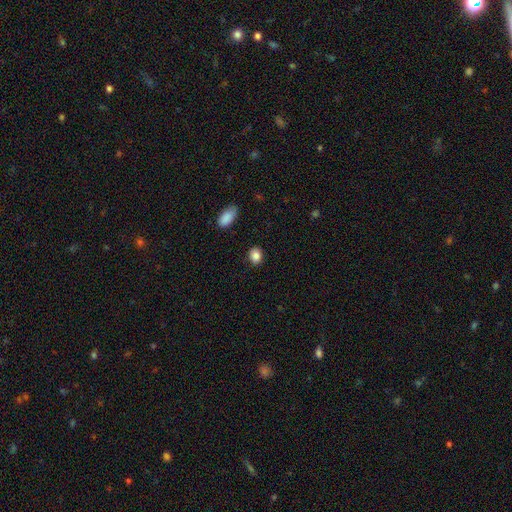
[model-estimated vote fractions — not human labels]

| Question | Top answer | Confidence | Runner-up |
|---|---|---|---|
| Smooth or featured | smooth | 86% | star or artifact (9%) |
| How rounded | in between | 51% | round (48%) |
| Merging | none | 87% | minor disturbance (9%) |